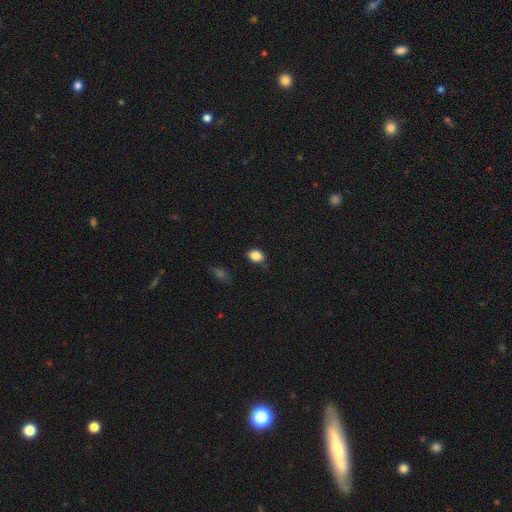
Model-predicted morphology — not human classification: Smooth or featured? smooth (85%)
How rounded? in between (71%)
Merging? none (80%)